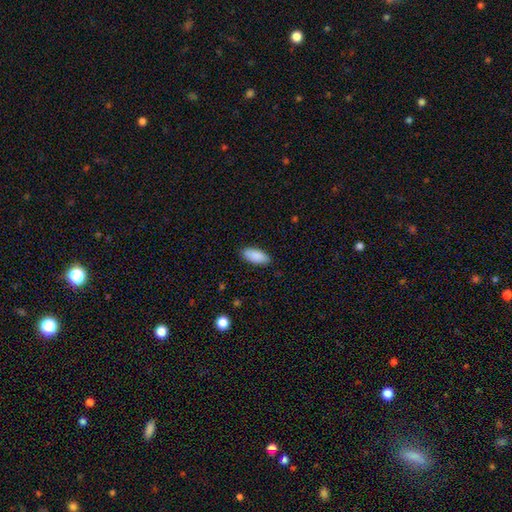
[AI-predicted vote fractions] The model was most divided on "merging": none: 88%, minor disturbance: 9%, major disturbance: 2%, merger: 1%. More confident: smooth or featured — smooth (90%); how rounded — in between (89%).